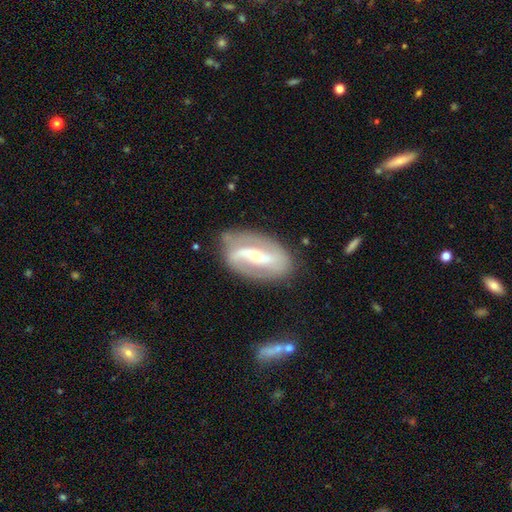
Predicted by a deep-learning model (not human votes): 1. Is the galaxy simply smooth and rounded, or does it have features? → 86% featured or disk, 9% smooth, 5% star or artifact.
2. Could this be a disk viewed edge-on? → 94% no, 6% yes.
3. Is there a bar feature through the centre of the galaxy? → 55% strong, 27% weak, 18% no.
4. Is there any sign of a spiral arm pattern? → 91% yes, 9% no.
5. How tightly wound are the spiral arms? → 40% medium, 38% loose, 22% tight.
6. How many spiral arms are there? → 89% 2, 5% can't tell, 3% 1, 1% 3, 1% 4, 1% more than 4.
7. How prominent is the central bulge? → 63% small, 33% moderate, 2% large, 1% none, 1% dominant.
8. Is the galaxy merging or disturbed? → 76% none, 17% minor disturbance, 6% major disturbance, 2% merger.